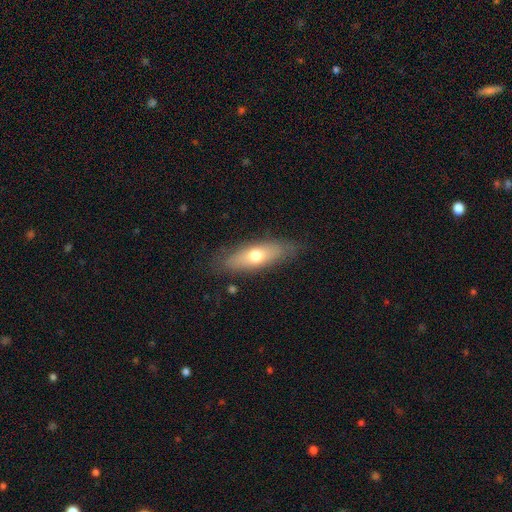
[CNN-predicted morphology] Smooth or featured? smooth (62%)
How rounded? in between (57%)
Merging? none (81%)